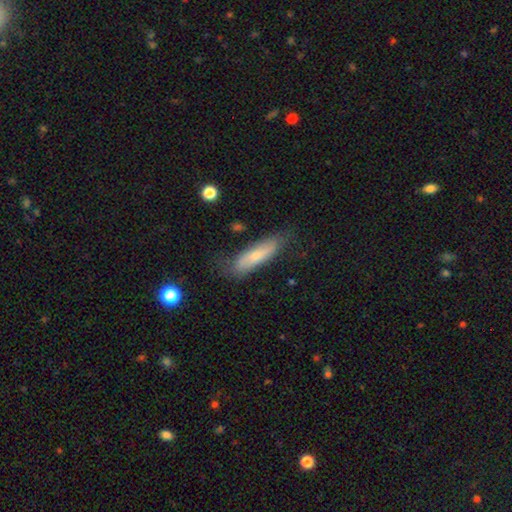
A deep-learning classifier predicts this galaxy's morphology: A smooth galaxy with no disk features (61%) that is cigar-shaped (61%). Merging: none (70%).